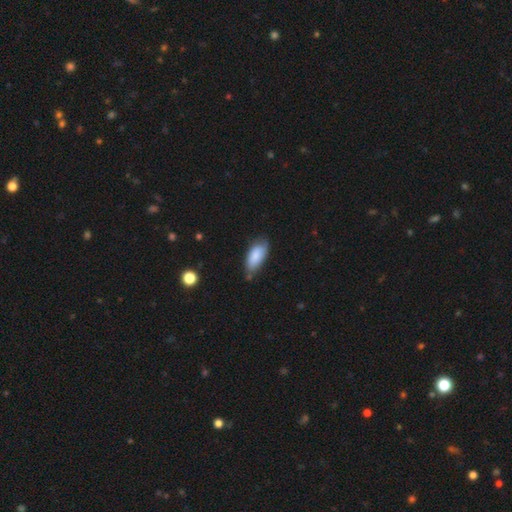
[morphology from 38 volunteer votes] smooth_or_featured: smooth (p=0.84) [alt: featured or disk p=0.08]
how_rounded: in between (p=0.94) [alt: cigar-shaped p=0.06]
merging: none (p=0.66) [alt: minor disturbance p=0.20]